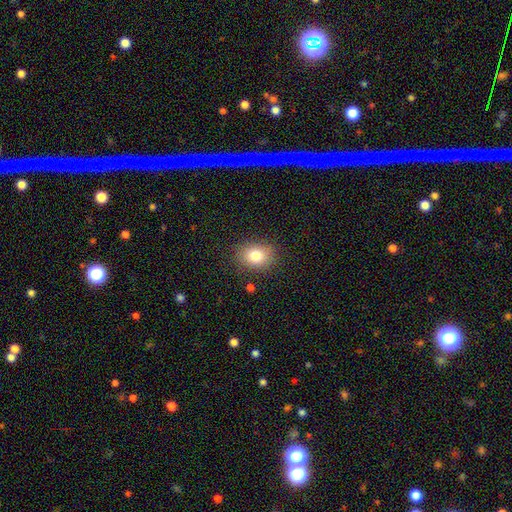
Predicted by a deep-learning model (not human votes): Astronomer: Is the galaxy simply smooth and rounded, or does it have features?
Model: smooth — 80%.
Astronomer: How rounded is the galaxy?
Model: in between — 60% (runner-up: round, 39%).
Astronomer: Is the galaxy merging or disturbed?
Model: none — 84%.